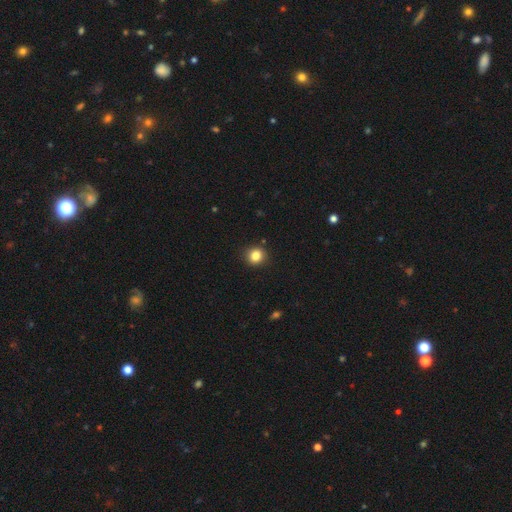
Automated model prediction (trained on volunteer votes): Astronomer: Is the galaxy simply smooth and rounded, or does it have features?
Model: smooth — 83%.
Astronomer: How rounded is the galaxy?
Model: round — 83%.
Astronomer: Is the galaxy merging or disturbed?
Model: none — 89%.